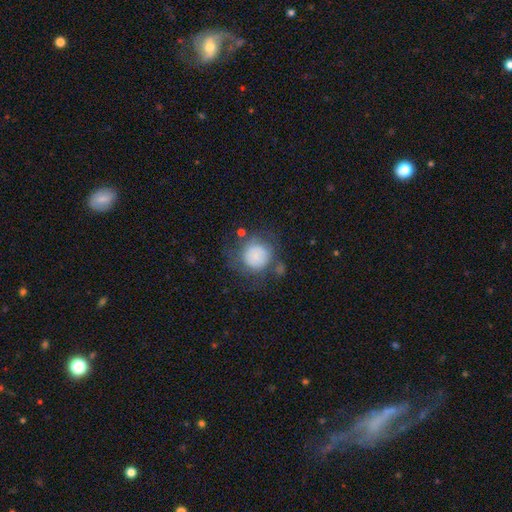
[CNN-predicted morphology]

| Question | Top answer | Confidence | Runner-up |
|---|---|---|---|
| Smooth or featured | smooth | 64% | featured or disk (27%) |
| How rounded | round | 90% | in between (9%) |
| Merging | none | 49% | minor disturbance (22%) |